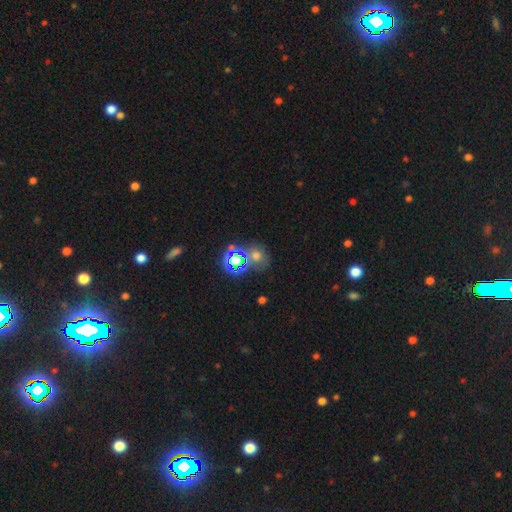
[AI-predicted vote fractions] Overall: smooth (50%; star or artifact 39%). Merging: none (55%; merger 24%).